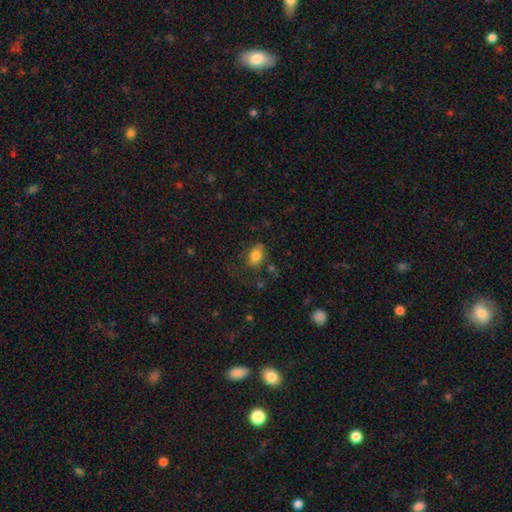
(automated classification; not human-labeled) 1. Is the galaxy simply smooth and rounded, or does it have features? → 81% smooth, 11% featured or disk, 9% star or artifact.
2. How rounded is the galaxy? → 82% in between, 16% round, 2% cigar-shaped.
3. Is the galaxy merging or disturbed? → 65% none, 22% minor disturbance, 10% major disturbance, 3% merger.